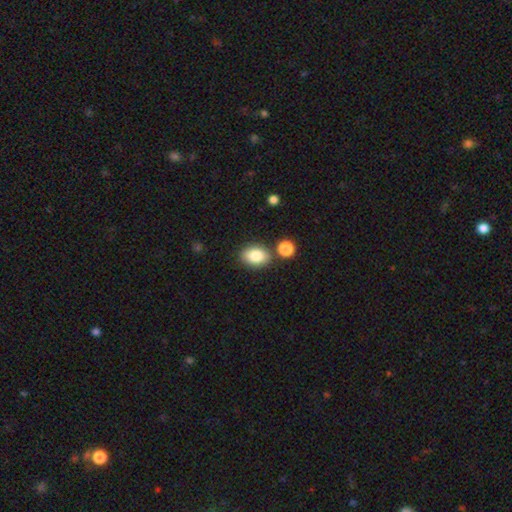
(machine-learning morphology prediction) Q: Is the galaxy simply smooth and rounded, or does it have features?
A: smooth — 84%.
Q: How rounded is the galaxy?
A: in between — 82%.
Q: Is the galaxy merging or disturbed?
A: none — 78%.